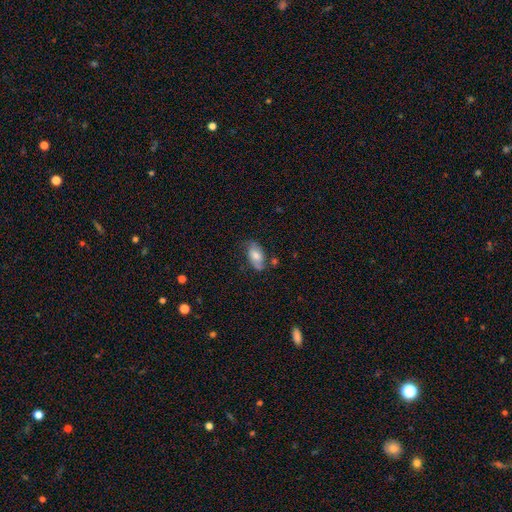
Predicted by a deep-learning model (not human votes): Smooth or featured? smooth (66%)
How rounded? in between (92%)
Merging? none (62%)